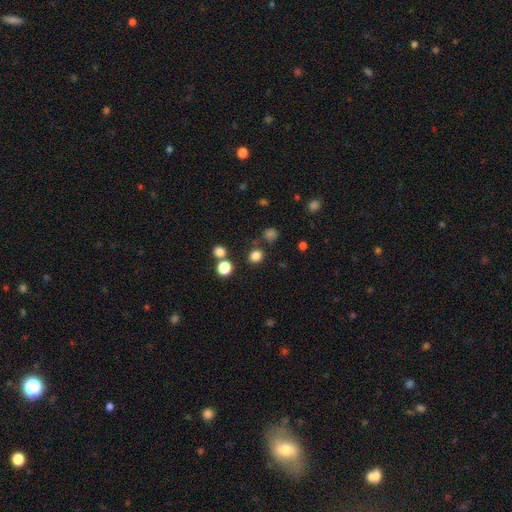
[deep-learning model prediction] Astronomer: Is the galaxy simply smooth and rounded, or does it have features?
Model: smooth — 80%.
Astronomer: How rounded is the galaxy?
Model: round — 84%.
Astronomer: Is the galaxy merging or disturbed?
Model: none — 82%.